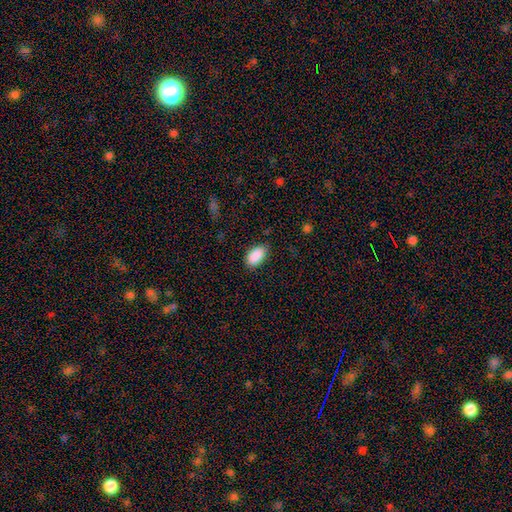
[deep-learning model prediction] This is clearly a smooth galaxy (90%). How rounded: clearly in between (94%). Merging: clearly none (81%).